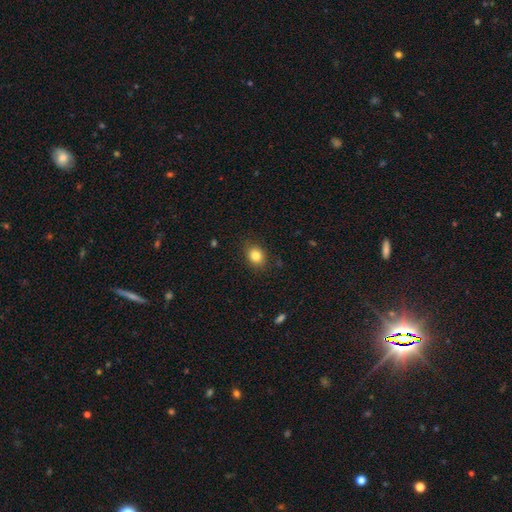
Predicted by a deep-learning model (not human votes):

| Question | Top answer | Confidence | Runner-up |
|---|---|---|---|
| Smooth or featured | smooth | 83% | star or artifact (10%) |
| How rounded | round | 50% | in between (49%) |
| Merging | none | 83% | minor disturbance (13%) |